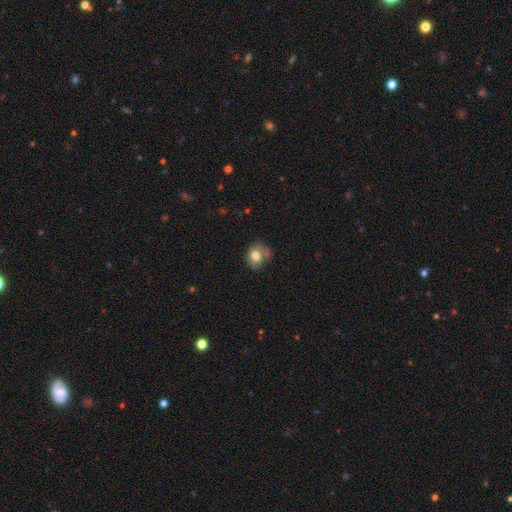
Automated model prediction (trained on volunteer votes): smooth_or_featured: smooth (p=0.70) [alt: featured or disk p=0.21]
how_rounded: round (p=0.59) [alt: in between p=0.40]
merging: none (p=0.52) [alt: minor disturbance p=0.28]